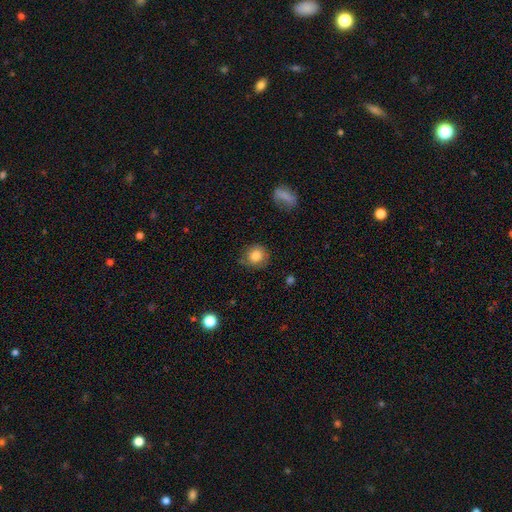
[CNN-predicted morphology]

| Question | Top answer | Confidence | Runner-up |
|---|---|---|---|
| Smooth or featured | smooth | 84% | star or artifact (9%) |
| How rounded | round | 87% | in between (12%) |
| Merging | none | 77% | minor disturbance (17%) |